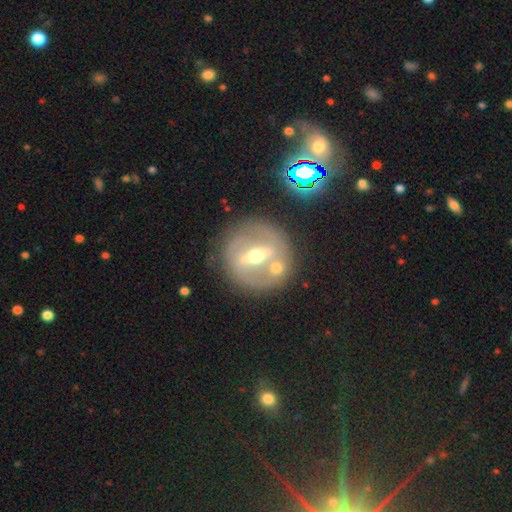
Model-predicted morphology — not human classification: Smooth or featured? Predicted: featured or disk (p=0.74). Edge-on disk? Predicted: no (p=0.78). Bar? Predicted: strong (p=0.68). Spiral arms? Predicted: no (p=0.69). Bulge size? Predicted: moderate (p=0.73). Merging? Predicted: none (p=0.72).